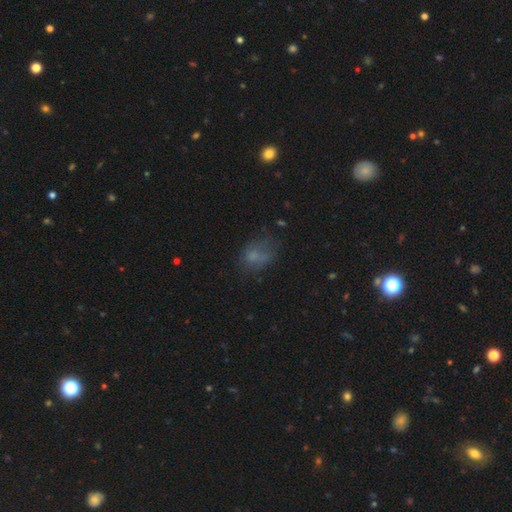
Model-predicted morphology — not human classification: smooth 63%, featured or disk 21%, star or artifact 17%. Down the decision tree: how rounded — in between (66%); merging — none (39%).